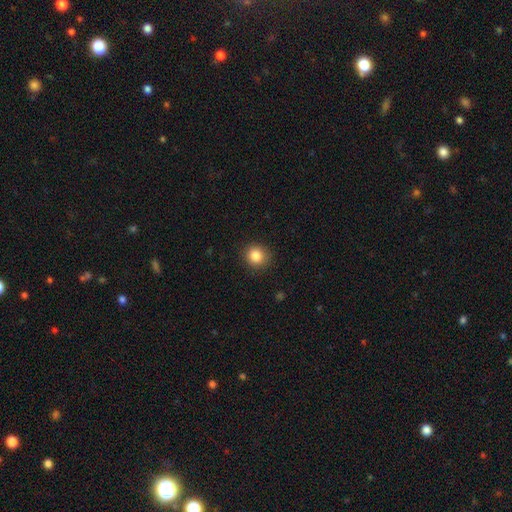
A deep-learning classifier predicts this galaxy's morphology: Smooth or featured?
  - smooth: 85% *
  - star or artifact: 10%
  - featured or disk: 5%
How rounded?
  - round: 88% *
  - in between: 11%
  - cigar-shaped: 1%
Merging?
  - none: 89% *
  - minor disturbance: 8%
  - major disturbance: 2%
  - merger: 1%